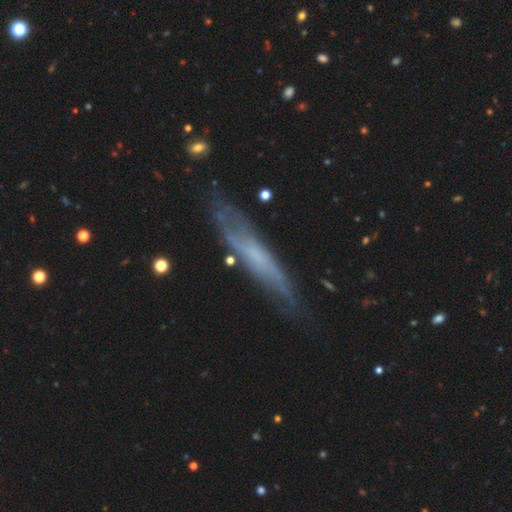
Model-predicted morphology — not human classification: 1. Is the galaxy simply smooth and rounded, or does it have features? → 57% featured or disk, 35% smooth, 8% star or artifact.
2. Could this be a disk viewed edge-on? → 70% yes, 30% no.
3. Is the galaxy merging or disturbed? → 69% none, 22% minor disturbance, 6% major disturbance, 3% merger.